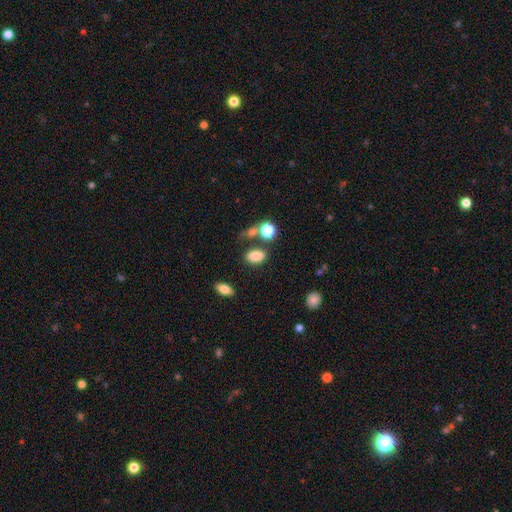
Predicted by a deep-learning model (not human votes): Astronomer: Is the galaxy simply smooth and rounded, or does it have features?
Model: smooth — 82%.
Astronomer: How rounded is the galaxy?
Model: in between — 84%.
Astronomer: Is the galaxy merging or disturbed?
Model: none — 68%.